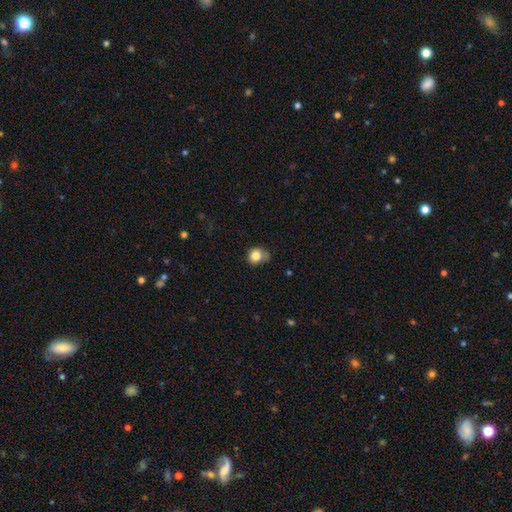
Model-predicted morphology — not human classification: Smooth or featured? Predicted: smooth (p=0.83). How rounded? Predicted: round (p=0.75). Merging? Predicted: none (p=0.53).